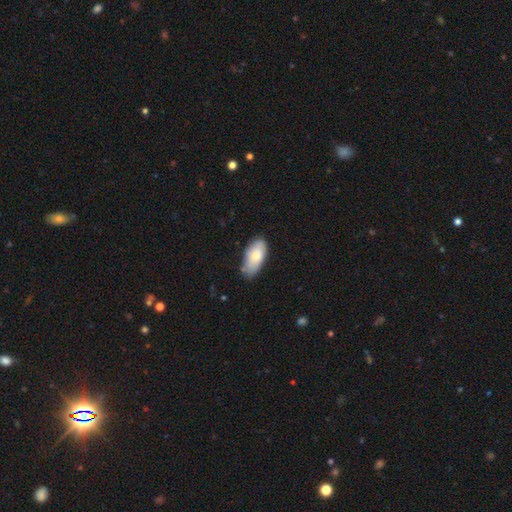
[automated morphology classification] Smooth or featured? Predicted: smooth (p=0.73). How rounded? Predicted: in between (p=0.92). Merging? Predicted: none (p=0.67).